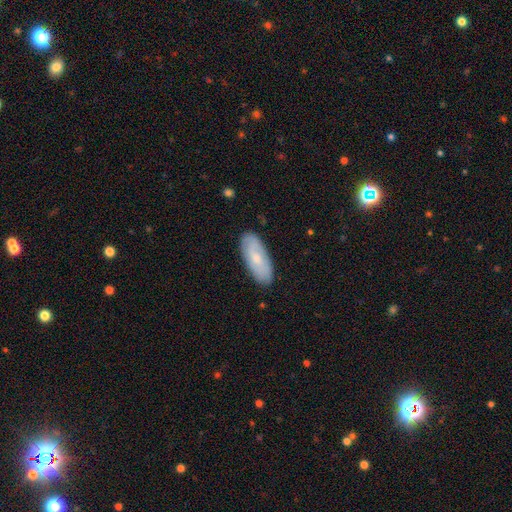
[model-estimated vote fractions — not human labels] Smooth or featured?
  - smooth: 61% *
  - featured or disk: 33%
  - star or artifact: 7%
How rounded?
  - in between: 81% *
  - cigar-shaped: 17%
  - round: 2%
Merging?
  - none: 86% *
  - minor disturbance: 11%
  - major disturbance: 2%
  - merger: 1%